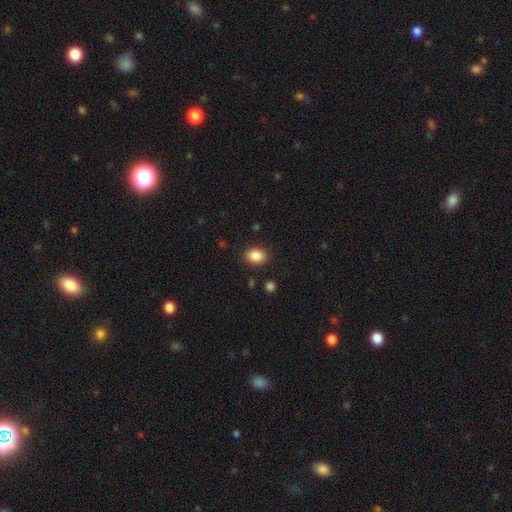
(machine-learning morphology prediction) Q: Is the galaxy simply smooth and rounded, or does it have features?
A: smooth — 88%.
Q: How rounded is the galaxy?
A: in between — 56%.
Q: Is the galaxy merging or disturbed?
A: none — 87%.